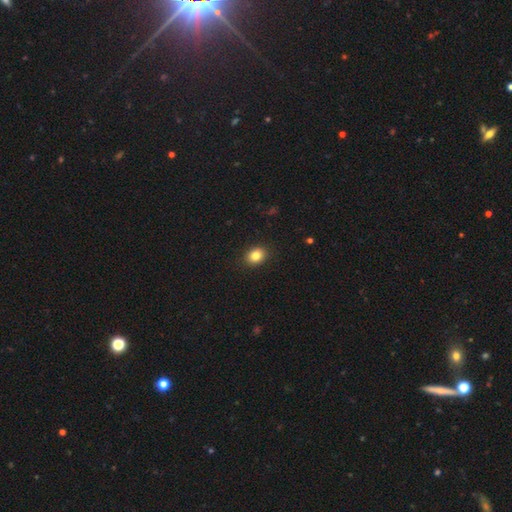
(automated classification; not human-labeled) Smooth or featured?
  - smooth: 84% *
  - star or artifact: 10%
  - featured or disk: 6%
How rounded?
  - in between: 51% *
  - round: 48%
  - cigar-shaped: 1%
Merging?
  - none: 90% *
  - minor disturbance: 7%
  - major disturbance: 2%
  - merger: 1%